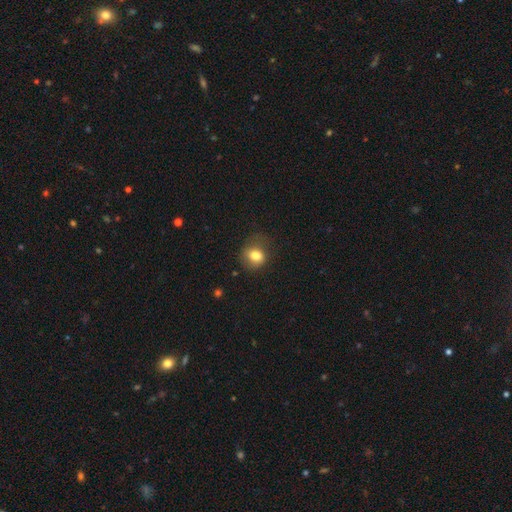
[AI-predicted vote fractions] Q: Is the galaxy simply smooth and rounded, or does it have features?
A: smooth — 79%.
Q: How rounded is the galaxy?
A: round — 62%.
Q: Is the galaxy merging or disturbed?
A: none — 60%.